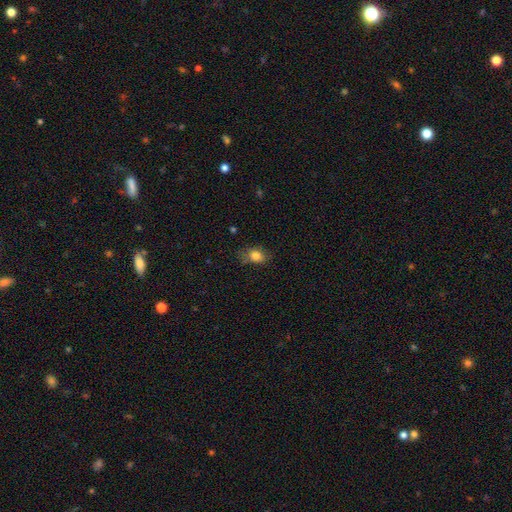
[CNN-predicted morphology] Smooth or featured? Predicted: smooth (p=0.81). How rounded? Predicted: in between (p=0.68). Merging? Predicted: none (p=0.62).